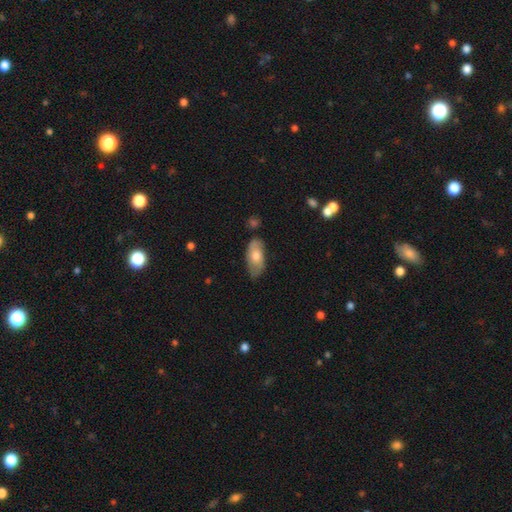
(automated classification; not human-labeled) smooth 62%, featured or disk 32%, star or artifact 6%. Down the decision tree: how rounded — in between (92%); merging — none (72%).